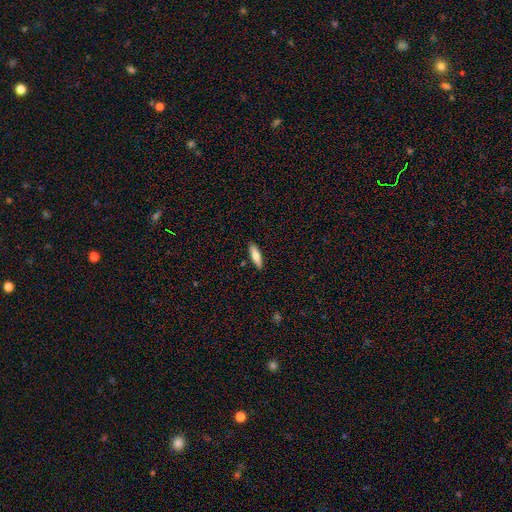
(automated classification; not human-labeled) The model was most divided on "how rounded": cigar-shaped: 58%, in between: 41%, round: 2%. More confident: merging — none (89%); smooth or featured — smooth (75%).